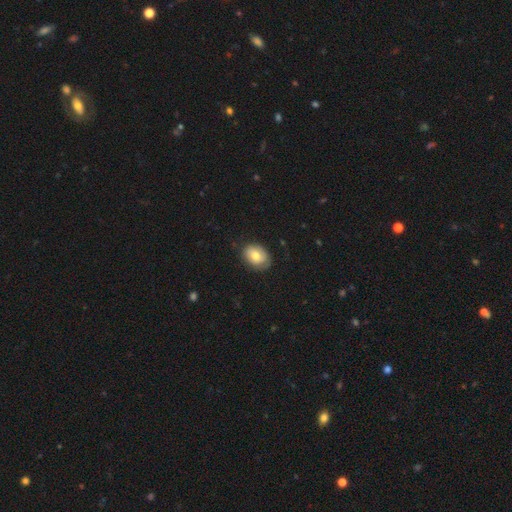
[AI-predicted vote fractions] smooth_or_featured: smooth (p=0.69) [alt: featured or disk p=0.24]
how_rounded: in between (p=0.67) [alt: round p=0.32]
merging: none (p=0.75) [alt: minor disturbance p=0.19]